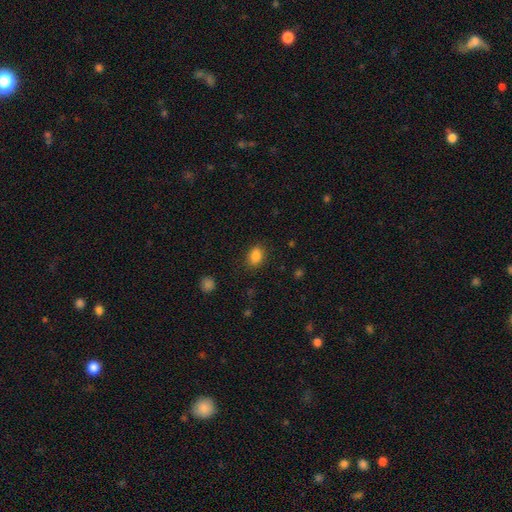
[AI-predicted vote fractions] Morphology: type=smooth (86%); roundness=in between (78%); merging=none (84%).